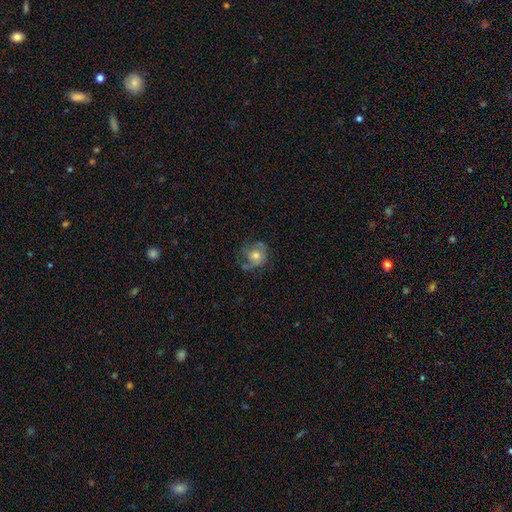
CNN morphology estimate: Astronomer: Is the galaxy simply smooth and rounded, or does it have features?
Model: featured or disk — 47% (runner-up: smooth, 42%).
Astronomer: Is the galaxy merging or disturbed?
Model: none — 55%.